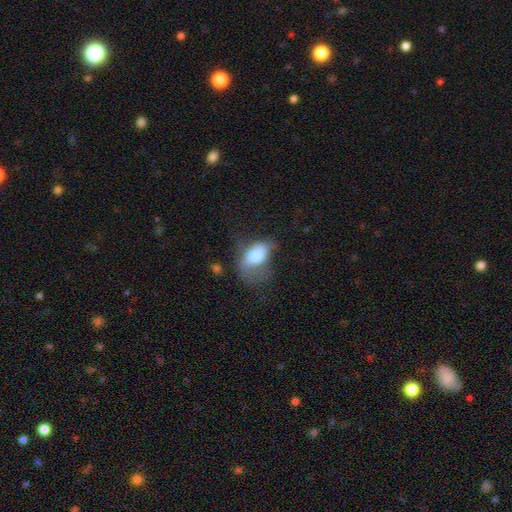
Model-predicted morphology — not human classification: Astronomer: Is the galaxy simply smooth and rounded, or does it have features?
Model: smooth — 68%.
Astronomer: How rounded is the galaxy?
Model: in between — 82%.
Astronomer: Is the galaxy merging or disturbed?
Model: major disturbance — 48% (runner-up: minor disturbance, 27%).